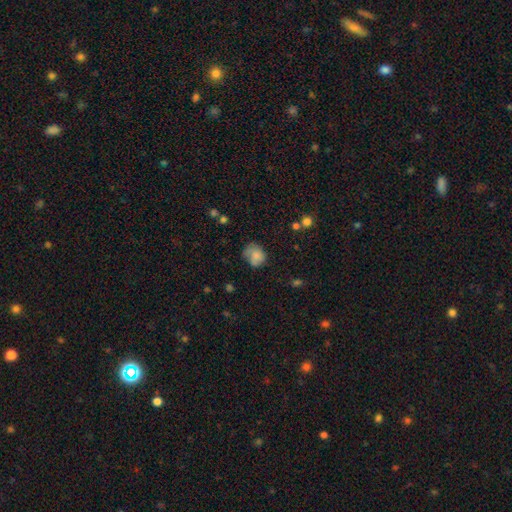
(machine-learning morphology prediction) Smooth or featured?
  - smooth: 76% *
  - featured or disk: 15%
  - star or artifact: 9%
How rounded?
  - round: 63% *
  - in between: 36%
  - cigar-shaped: 1%
Merging?
  - none: 49% *
  - minor disturbance: 32%
  - major disturbance: 15%
  - merger: 4%